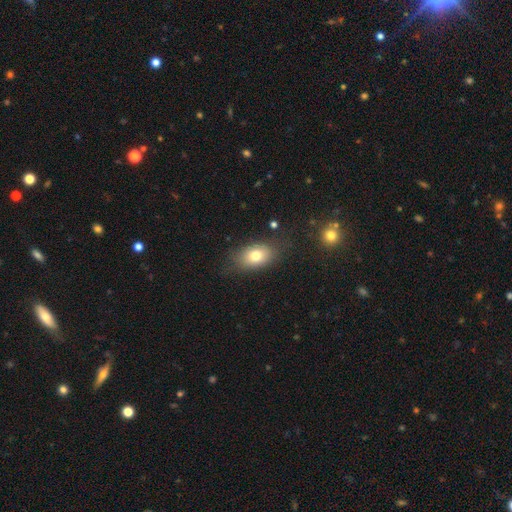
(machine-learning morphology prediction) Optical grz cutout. It shows a smooth galaxy with no disk features (75%) that is in between round and cigar-shaped (82%). Merging: none (75%).